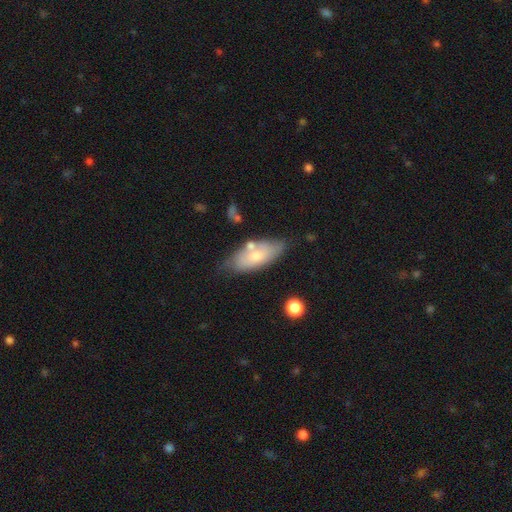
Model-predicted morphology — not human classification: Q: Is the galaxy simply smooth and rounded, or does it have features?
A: smooth — 63%.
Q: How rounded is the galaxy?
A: in between — 84%.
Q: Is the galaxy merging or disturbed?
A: none — 62%.